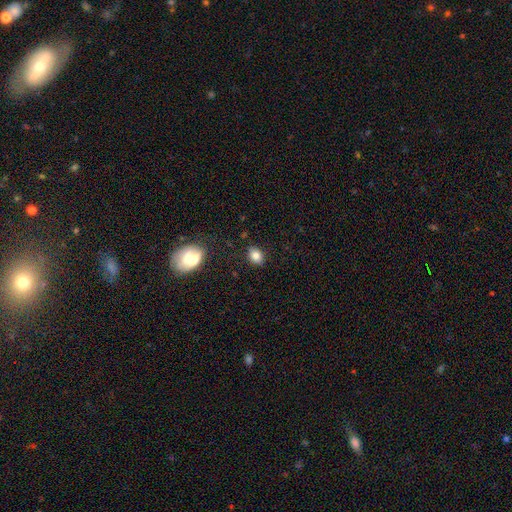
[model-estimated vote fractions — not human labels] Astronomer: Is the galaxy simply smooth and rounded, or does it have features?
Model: smooth — 81%.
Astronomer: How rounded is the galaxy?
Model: in between — 67%.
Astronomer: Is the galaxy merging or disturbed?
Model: none — 84%.